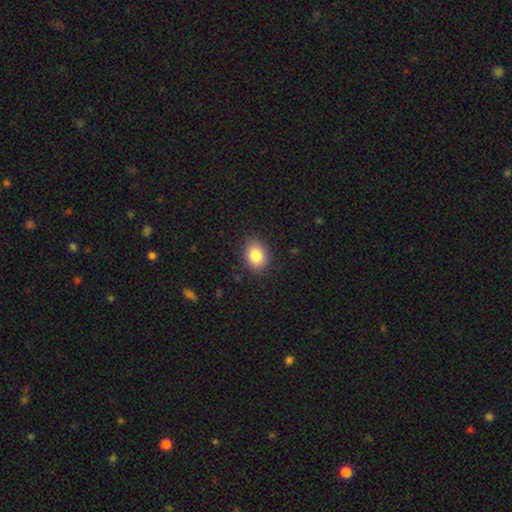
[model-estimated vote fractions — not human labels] smooth 84%, star or artifact 9%, featured or disk 7%. Down the decision tree: how rounded — in between (57%); merging — none (87%).